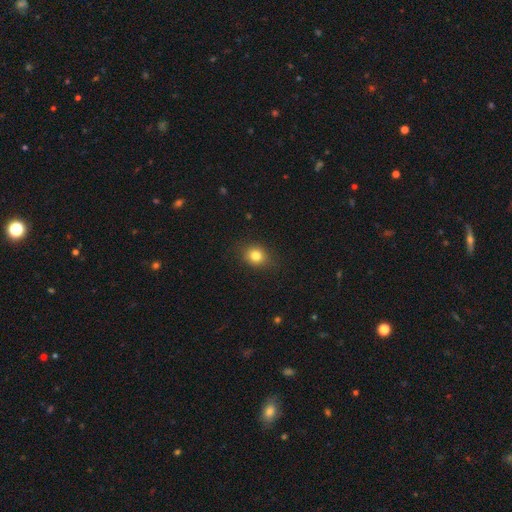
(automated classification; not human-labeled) smooth_or_featured: smooth (p=0.81) [alt: star or artifact p=0.11]
how_rounded: round (p=0.65) [alt: in between p=0.34]
merging: none (p=0.85) [alt: minor disturbance p=0.11]